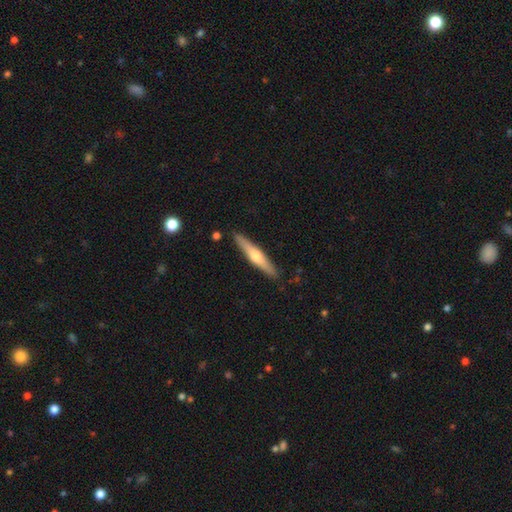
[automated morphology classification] Smooth or featured: featured or disk — 57% (smooth — 38%)
Edge-on disk: yes — 95% (no — 5%)
Edge-on bulge: rounded — 88% (none — 8%)
Merging: none — 88% (minor disturbance — 8%)